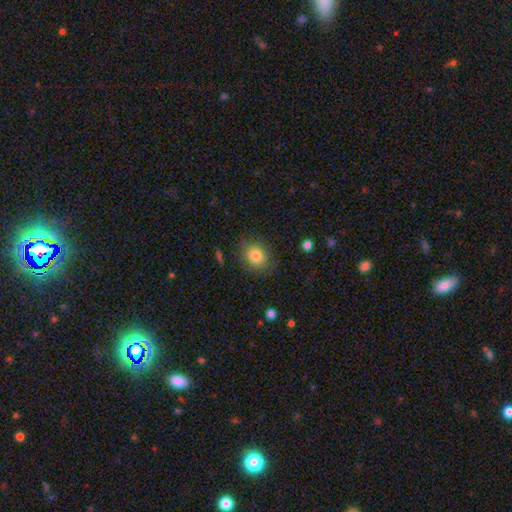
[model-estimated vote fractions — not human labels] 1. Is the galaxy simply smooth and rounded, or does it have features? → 80% smooth, 10% featured or disk, 9% star or artifact.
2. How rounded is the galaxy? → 65% round, 34% in between, 1% cigar-shaped.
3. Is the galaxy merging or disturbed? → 79% none, 15% minor disturbance, 5% major disturbance, 1% merger.